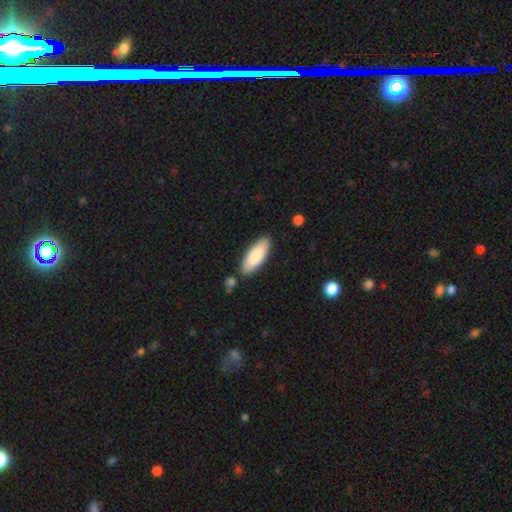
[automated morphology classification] Smooth or featured? smooth (86%)
How rounded? in between (69%)
Merging? none (82%)